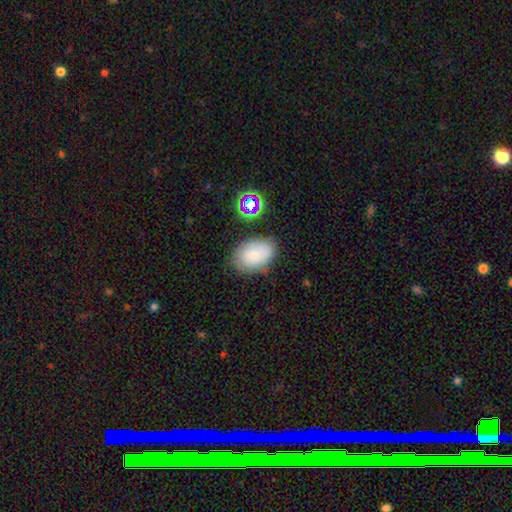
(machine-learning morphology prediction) Smooth or featured?
  - smooth: 76% *
  - featured or disk: 14%
  - star or artifact: 10%
How rounded?
  - in between: 86% *
  - round: 13%
  - cigar-shaped: 1%
Merging?
  - none: 69% *
  - minor disturbance: 20%
  - major disturbance: 5%
  - merger: 5%